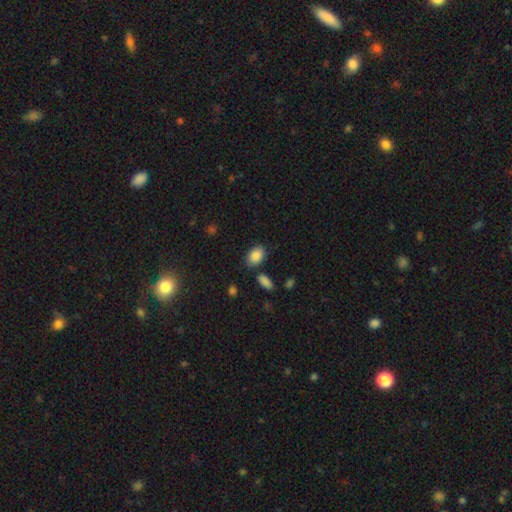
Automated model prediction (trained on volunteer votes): Overall: smooth (88%). How rounded: in between (87%). Merging: none (76%).